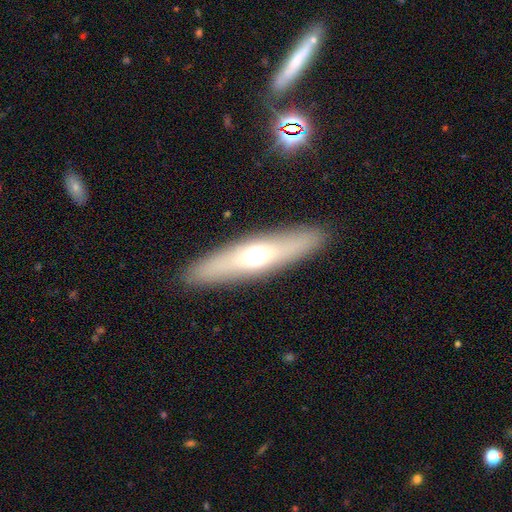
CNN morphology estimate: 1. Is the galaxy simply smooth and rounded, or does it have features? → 50% smooth, 43% featured or disk, 7% star or artifact.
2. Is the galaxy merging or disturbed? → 89% none, 7% minor disturbance, 2% major disturbance, 1% merger.